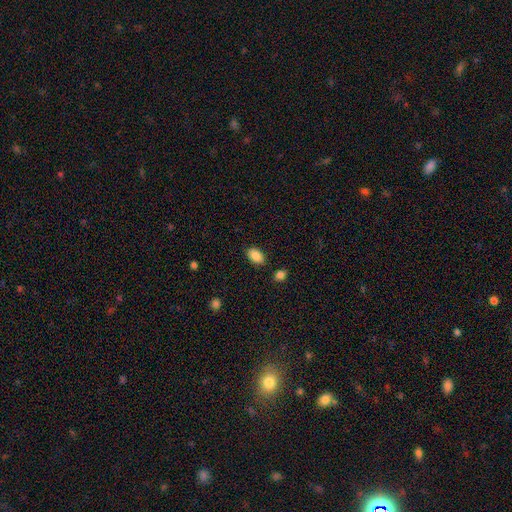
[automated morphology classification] Smooth or featured? smooth (88%)
How rounded? in between (90%)
Merging? none (84%)